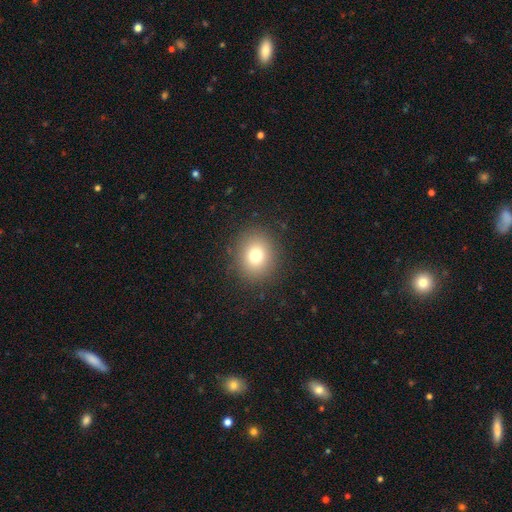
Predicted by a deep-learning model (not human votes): This is likely a smooth galaxy (77%). How rounded: likely round (75%). Merging: clearly none (88%).